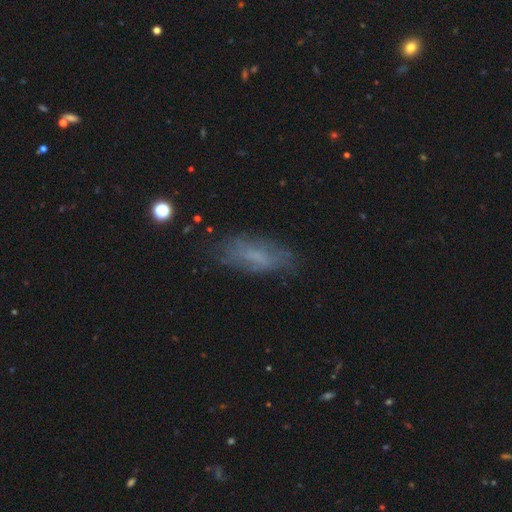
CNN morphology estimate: This appears to be a smooth galaxy with no disk features (54%) that is in between round and cigar-shaped (69%). Merging: none (70%).